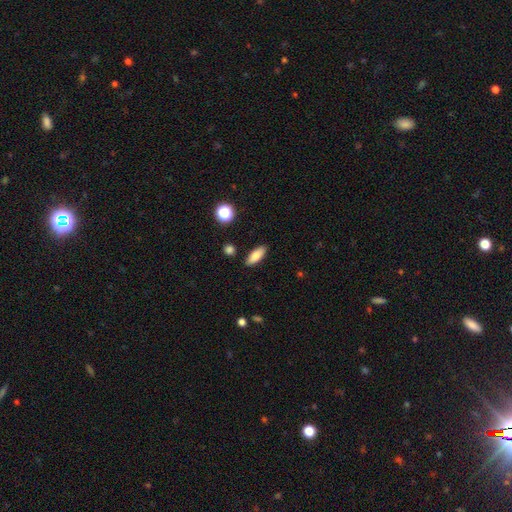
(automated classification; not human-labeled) The model was most divided on "how rounded": in between: 72%, cigar-shaped: 25%, round: 3%. More confident: merging — none (87%); smooth or featured — smooth (80%).